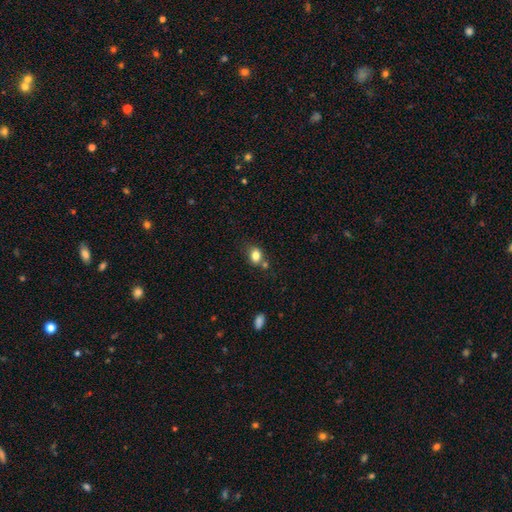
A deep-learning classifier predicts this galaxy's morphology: smooth-or-featured: smooth: 81% | star or artifact: 11% | featured or disk: 9%
  how-rounded: in between: 55% | round: 44% | cigar-shaped: 1%
  merging: none: 60% | minor disturbance: 17% | merger: 17% | major disturbance: 5%